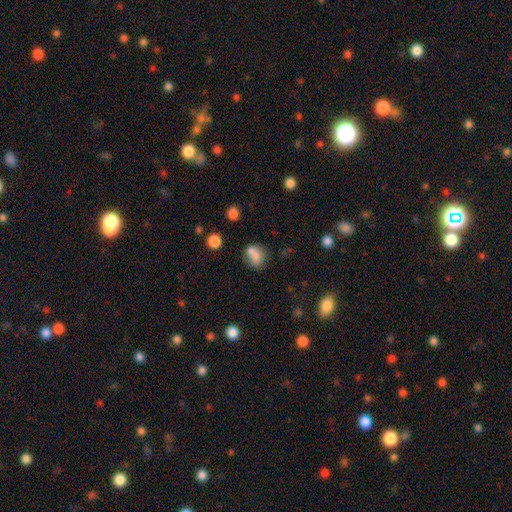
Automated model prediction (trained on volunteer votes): smooth 76%, featured or disk 13%, star or artifact 11%. Down the decision tree: how rounded — in between (51%); merging — merger (40%, tied with none).